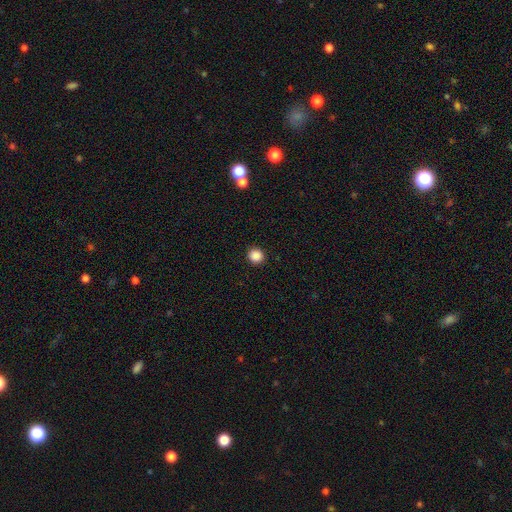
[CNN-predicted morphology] Smooth or featured? Predicted: smooth (p=0.88). How rounded? Predicted: round (p=0.88). Merging? Predicted: none (p=0.92).